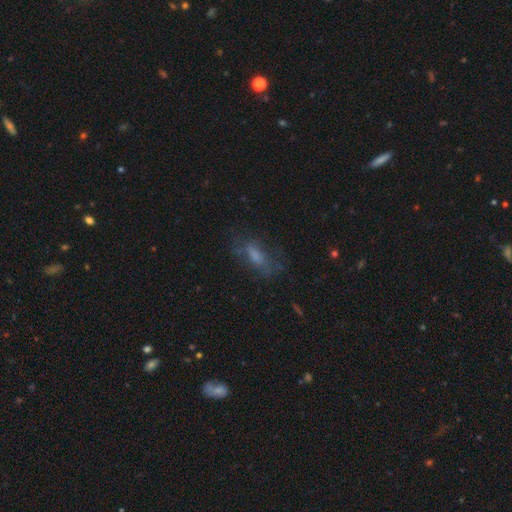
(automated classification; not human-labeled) This is possibly a smooth galaxy (54%). How rounded: likely in between (62%). Merging: possibly none (56%).